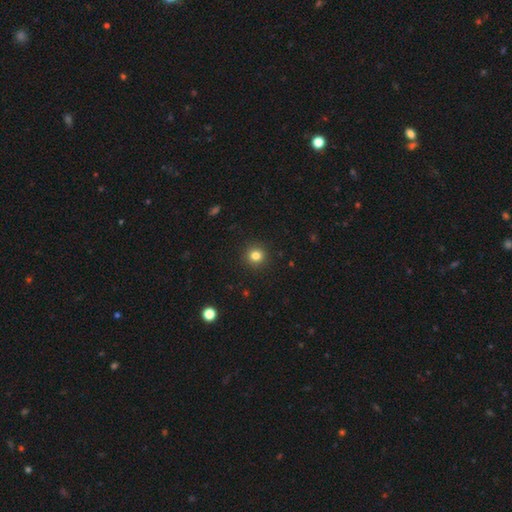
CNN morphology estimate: Smooth or featured: smooth — 82% (star or artifact — 12%)
How rounded: round — 94% (in between — 5%)
Merging: none — 92% (minor disturbance — 5%)